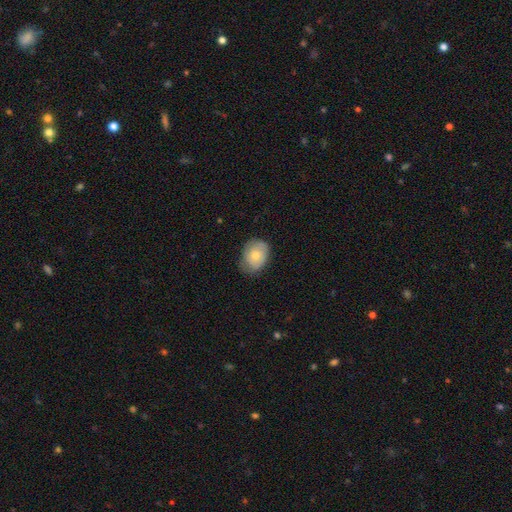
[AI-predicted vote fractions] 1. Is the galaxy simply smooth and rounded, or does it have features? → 70% smooth, 23% featured or disk, 7% star or artifact.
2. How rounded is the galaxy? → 65% in between, 34% round, 1% cigar-shaped.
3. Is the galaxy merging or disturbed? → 66% none, 27% minor disturbance, 6% major disturbance, 1% merger.